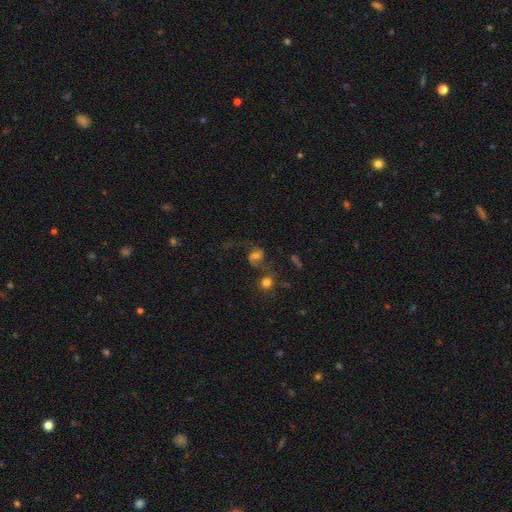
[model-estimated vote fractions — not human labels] smooth_or_featured: featured or disk (p=0.56) [alt: smooth p=0.30]
disk_edge_on: no (p=0.97) [alt: yes p=0.03]
bar: weak (p=0.44) [alt: no p=0.41]
has_spiral_arms: yes (p=0.88) [alt: no p=0.12]
bulge_size: moderate (p=0.52) [alt: small p=0.25]
merging: none (p=0.48) [alt: major disturbance p=0.19]